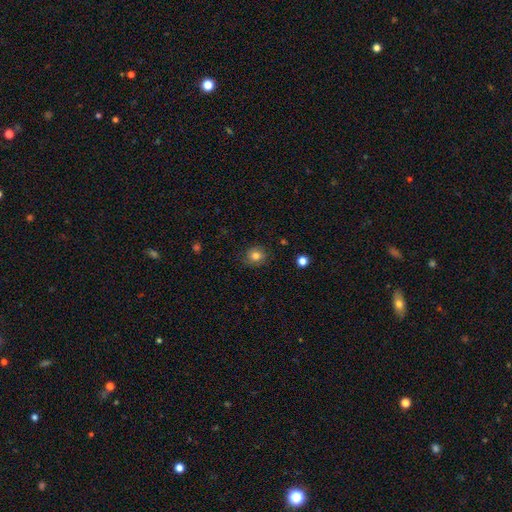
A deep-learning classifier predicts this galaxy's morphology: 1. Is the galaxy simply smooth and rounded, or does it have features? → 81% smooth, 11% star or artifact, 8% featured or disk.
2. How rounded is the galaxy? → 74% round, 25% in between, 1% cigar-shaped.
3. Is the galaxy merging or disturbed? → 80% none, 15% minor disturbance, 4% major disturbance, 1% merger.